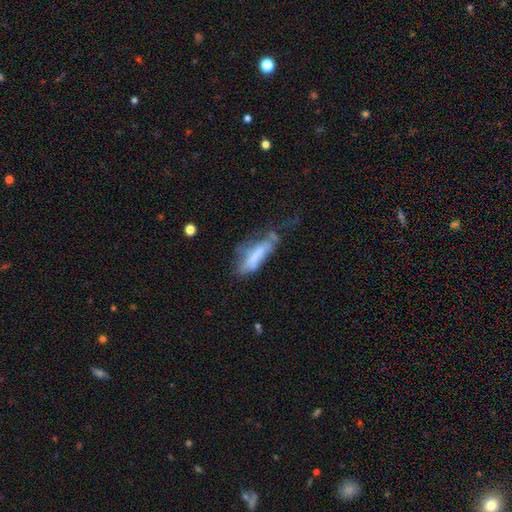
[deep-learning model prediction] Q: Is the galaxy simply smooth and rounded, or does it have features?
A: smooth — 54%.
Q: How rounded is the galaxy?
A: cigar-shaped — 56%.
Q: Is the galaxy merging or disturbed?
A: major disturbance — 38%.